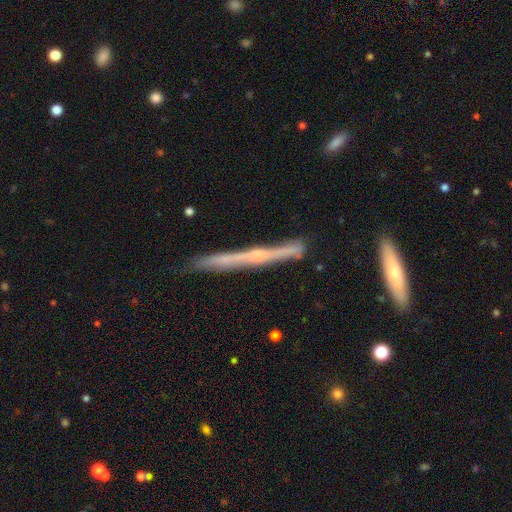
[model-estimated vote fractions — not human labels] This is likely a featured or disk galaxy (71%). It is clearly viewed edge-on (97%). Edge-on bulge: possibly none (48%). Merging: clearly none (82%).